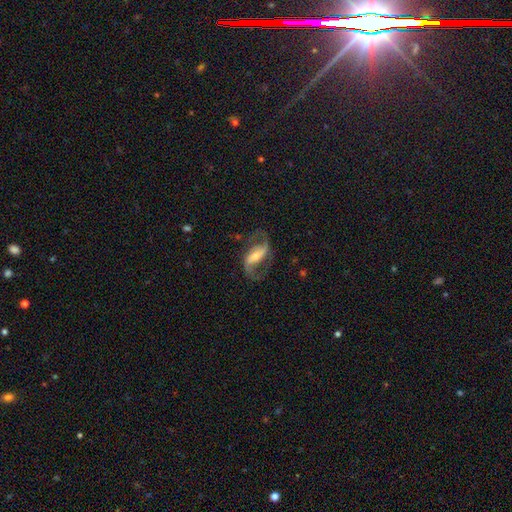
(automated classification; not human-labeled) Overall: featured or disk (86%). Edge-on disk: no (95%). Bar: strong (53%; weak 31%). Spiral arms: yes (95%). Spiral arm count: 2 (92%). Spiral winding: loose (52%; medium 40%). Bulge size: small (46%; moderate 41%). Merging: none (72%).